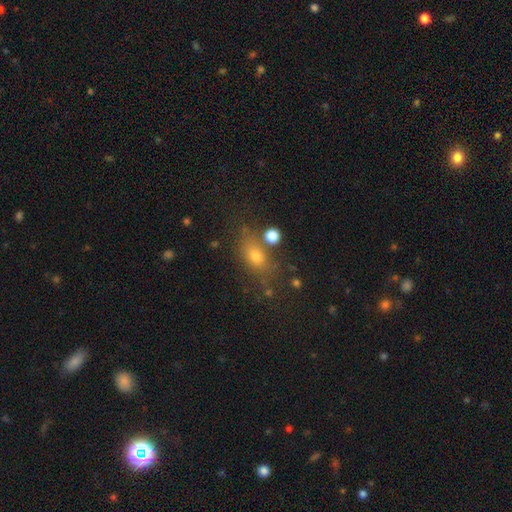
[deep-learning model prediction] smooth_or_featured: smooth (p=0.70) [alt: star or artifact p=0.16]
how_rounded: in between (p=0.69) [alt: round p=0.24]
merging: none (p=0.67) [alt: minor disturbance p=0.15]